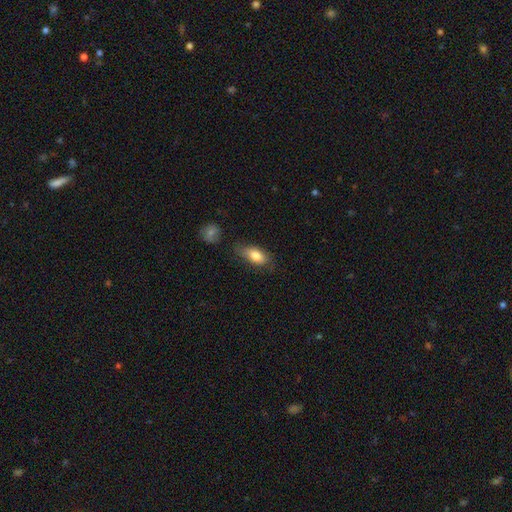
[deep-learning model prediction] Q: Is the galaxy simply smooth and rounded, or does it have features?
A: smooth — 80%.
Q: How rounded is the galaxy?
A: in between — 87%.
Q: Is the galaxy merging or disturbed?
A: none — 64%.